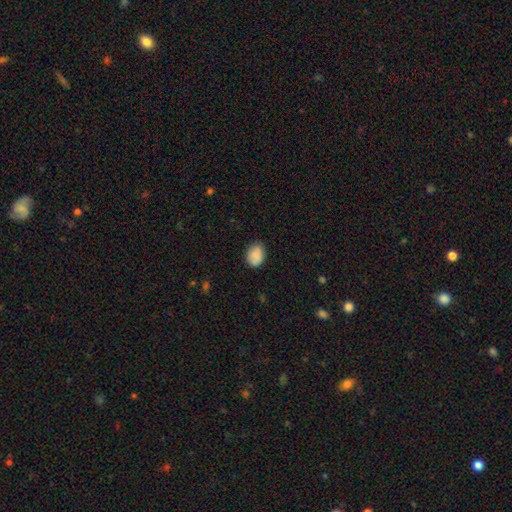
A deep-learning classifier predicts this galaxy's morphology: A smooth galaxy with no disk features (89%) that is in between round and cigar-shaped (66%).

Vote fractions:
- Smooth or featured? smooth: 89% / star or artifact: 7% / featured or disk: 4%
- How rounded? in between: 66% / round: 33% / cigar-shaped: 1%
- Merging? none: 79% / minor disturbance: 17% / major disturbance: 3% / merger: 1%